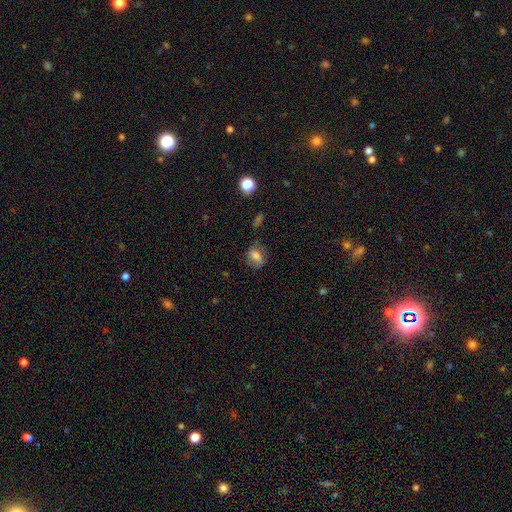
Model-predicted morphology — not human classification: Smooth or featured?
  - smooth: 64% *
  - featured or disk: 26%
  - star or artifact: 11%
How rounded?
  - in between: 68% *
  - round: 29%
  - cigar-shaped: 3%
Merging?
  - none: 57% *
  - minor disturbance: 25%
  - major disturbance: 14%
  - merger: 4%